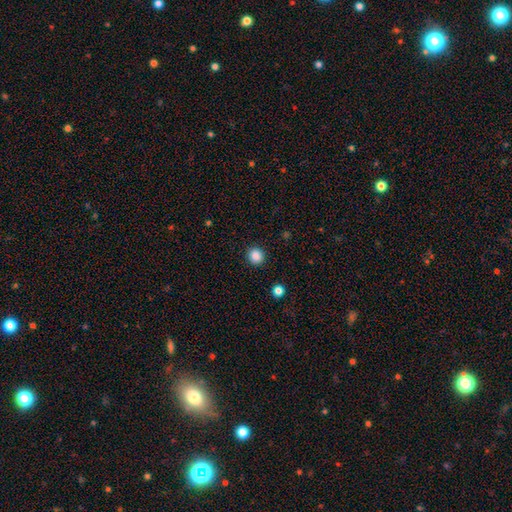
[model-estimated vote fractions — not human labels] Smooth or featured?
  - smooth: 87% *
  - star or artifact: 10%
  - featured or disk: 3%
How rounded?
  - round: 88% *
  - in between: 11%
  - cigar-shaped: 1%
Merging?
  - none: 92% *
  - minor disturbance: 5%
  - major disturbance: 2%
  - merger: 1%